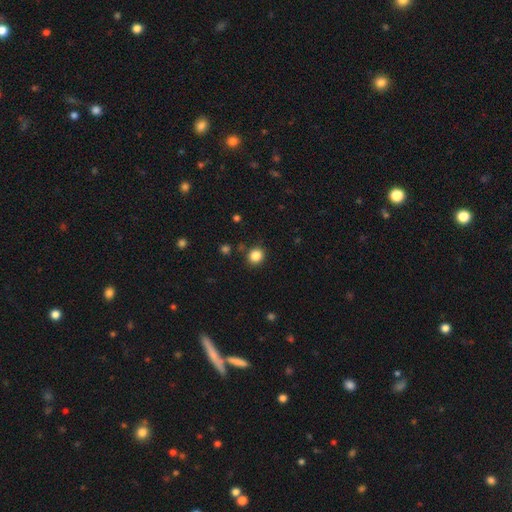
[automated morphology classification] Smooth or featured: smooth — 85% (star or artifact — 11%)
How rounded: round — 86% (in between — 13%)
Merging: none — 87% (minor disturbance — 8%)